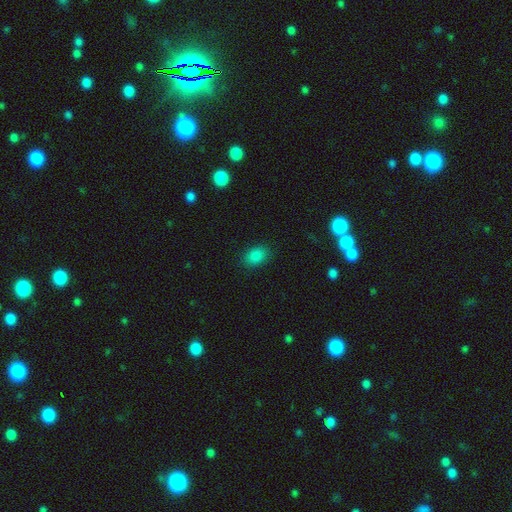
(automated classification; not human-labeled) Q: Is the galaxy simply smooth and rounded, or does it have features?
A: smooth — 84%.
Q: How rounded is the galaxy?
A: in between — 78%.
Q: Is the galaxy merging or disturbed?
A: none — 86%.